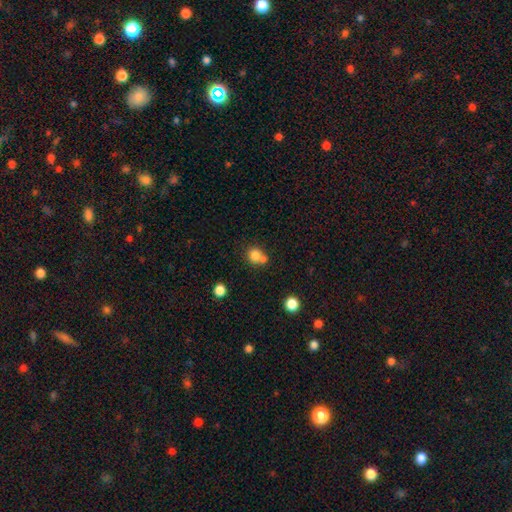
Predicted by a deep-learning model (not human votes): Smooth or featured? smooth (79%)
How rounded? round (81%)
Merging? none (45%)